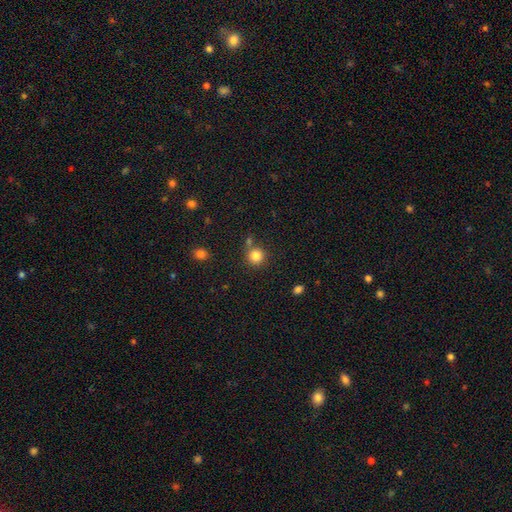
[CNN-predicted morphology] A smooth galaxy with no disk features (83%) that is round (93%). Merging: none (75%).